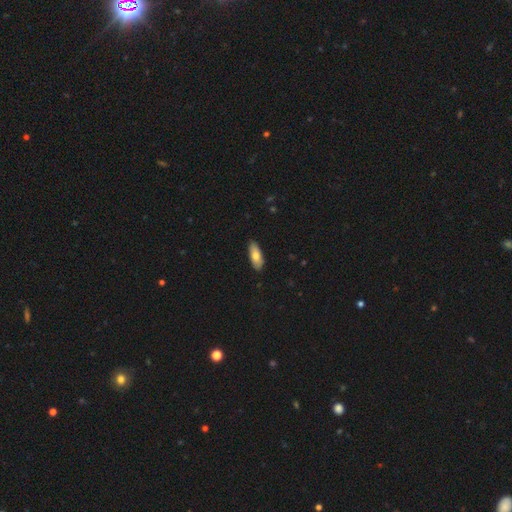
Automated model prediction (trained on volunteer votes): This is likely a smooth galaxy (74%). How rounded: likely in between (79%). Merging: clearly none (87%).